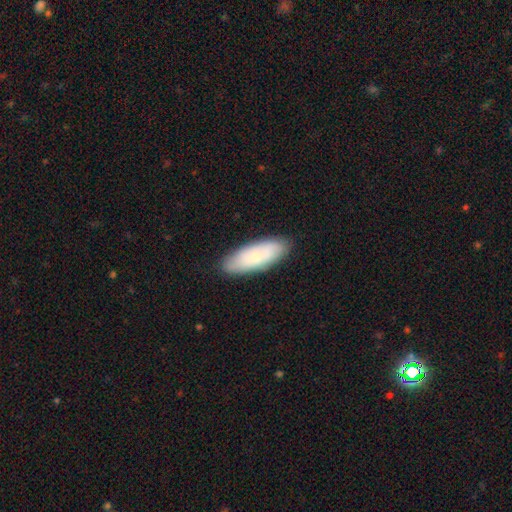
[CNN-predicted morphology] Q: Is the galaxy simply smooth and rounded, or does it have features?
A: smooth — 69%.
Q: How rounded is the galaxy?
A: in between — 70%.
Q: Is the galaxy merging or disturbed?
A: none — 86%.